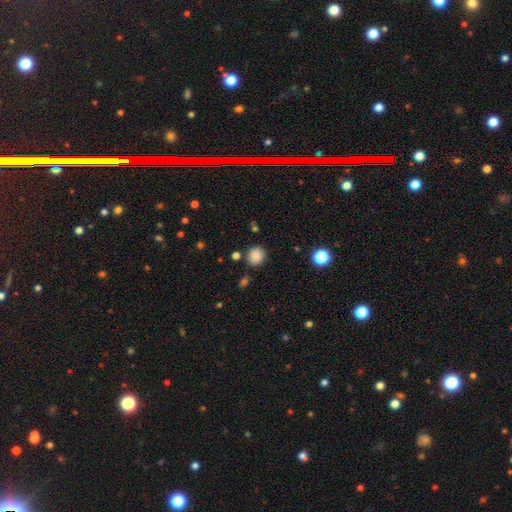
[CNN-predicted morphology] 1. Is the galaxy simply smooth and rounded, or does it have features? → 84% smooth, 11% star or artifact, 5% featured or disk.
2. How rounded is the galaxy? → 84% round, 15% in between, 1% cigar-shaped.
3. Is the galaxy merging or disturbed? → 82% none, 12% minor disturbance, 4% merger, 3% major disturbance.